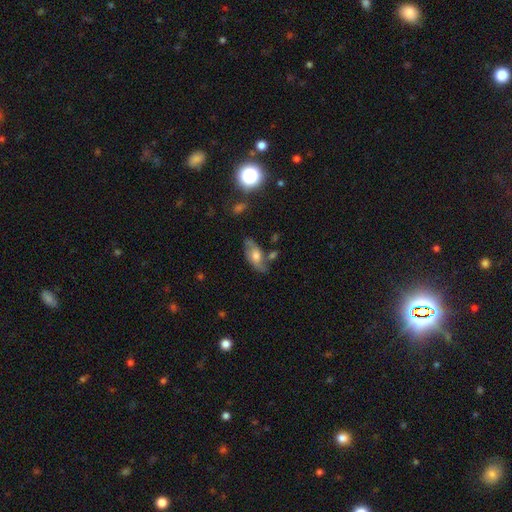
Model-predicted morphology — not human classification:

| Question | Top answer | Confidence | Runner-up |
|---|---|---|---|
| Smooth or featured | featured or disk | 51% | smooth (40%) |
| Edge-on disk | no | 80% | yes (20%) |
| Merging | none | 62% | minor disturbance (21%) |